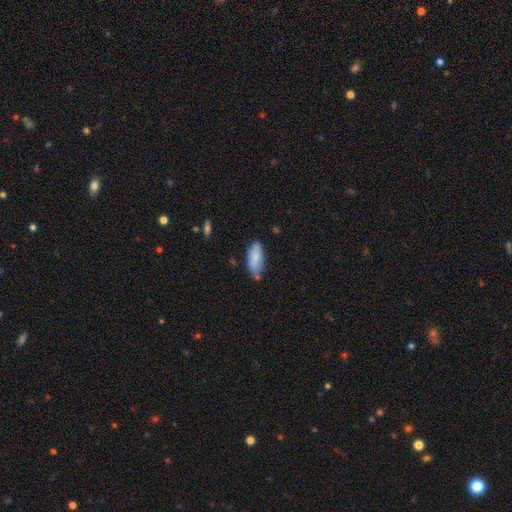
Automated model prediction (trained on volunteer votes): This is likely a smooth galaxy (79%). How rounded: clearly in between (84%). Merging: possibly none (58%).